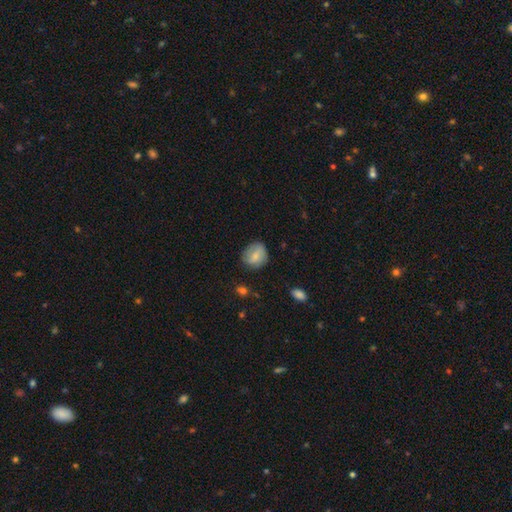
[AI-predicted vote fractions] Q: Smooth or featured?
A: smooth (71%); runner-up: featured or disk (22%)
Q: How rounded?
A: round (69%); runner-up: in between (30%)
Q: Merging?
A: none (71%); runner-up: minor disturbance (21%)